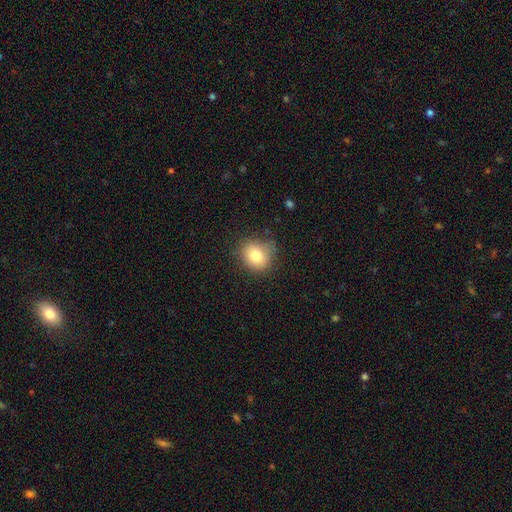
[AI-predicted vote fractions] This is likely a smooth galaxy (79%). How rounded: likely round (75%). Merging: likely none (74%).